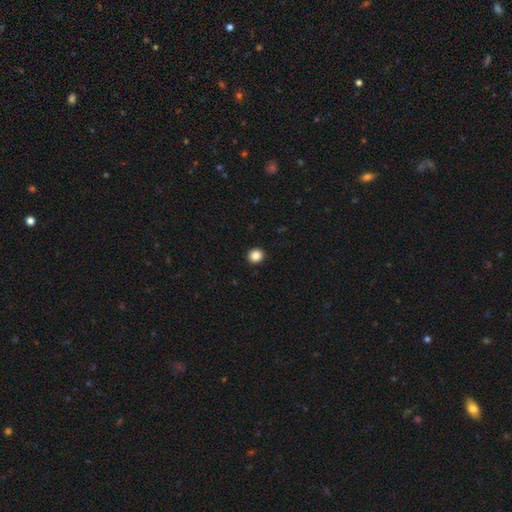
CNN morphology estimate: Q: Smooth or featured?
A: smooth (87%); runner-up: star or artifact (10%)
Q: How rounded?
A: round (85%); runner-up: in between (14%)
Q: Merging?
A: none (93%); runner-up: minor disturbance (5%)